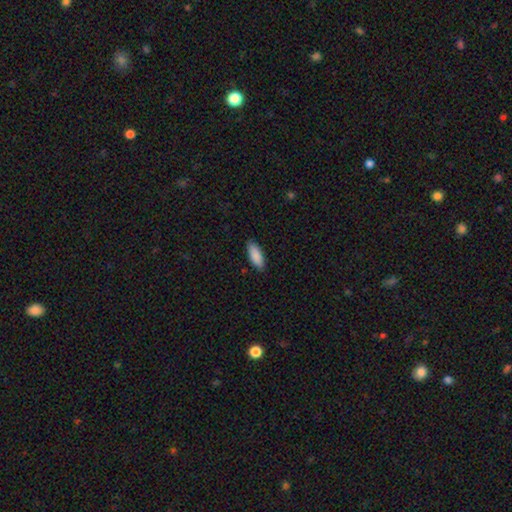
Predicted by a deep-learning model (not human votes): Morphology: type=smooth (89%); roundness=in between (73%); merging=none (86%).